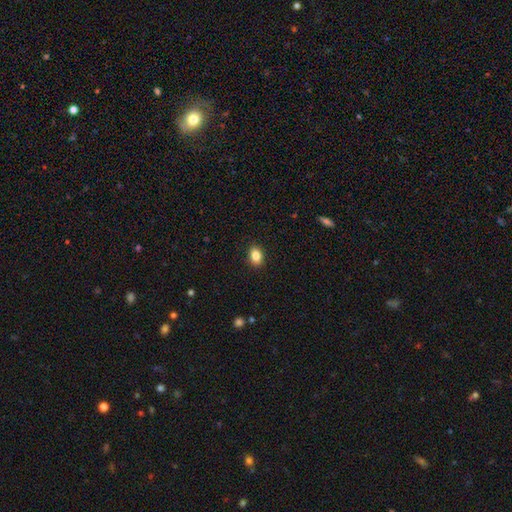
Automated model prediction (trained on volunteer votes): Smooth or featured: smooth — 85% (star or artifact — 9%)
How rounded: in between — 72% (round — 27%)
Merging: none — 90% (minor disturbance — 7%)